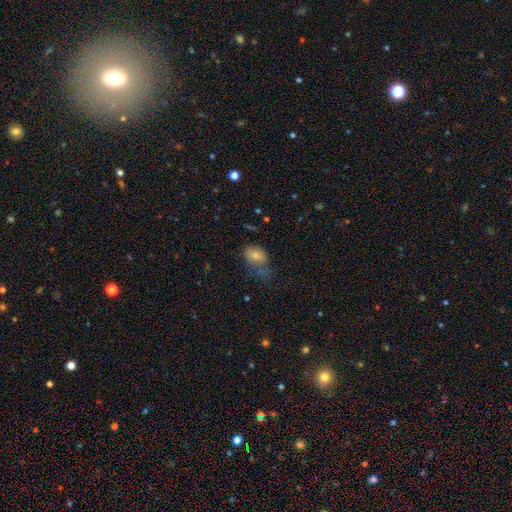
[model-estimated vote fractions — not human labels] The model was most divided on "merging": none: 34%, minor disturbance: 31%, major disturbance: 26%, merger: 8%. More confident: smooth or featured — smooth (75%); how rounded — in between (73%).